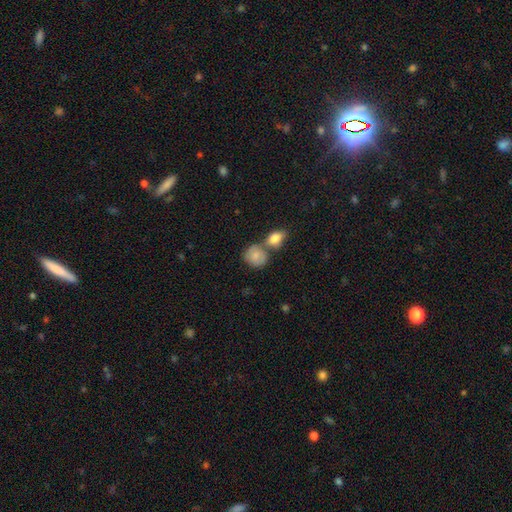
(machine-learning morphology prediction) smooth 77%, featured or disk 16%, star or artifact 7%. Down the decision tree: how rounded — round (71%); merging — none (46%).